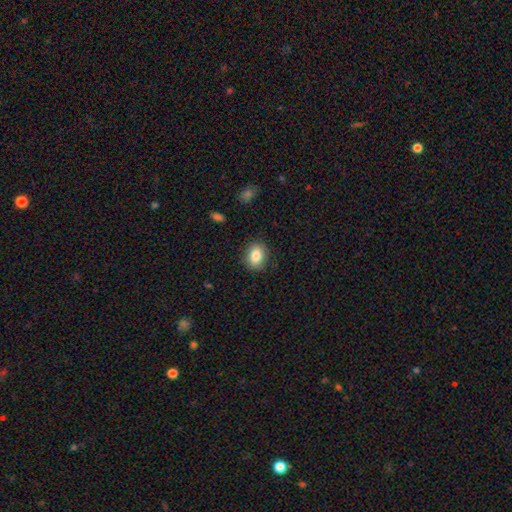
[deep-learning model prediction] smooth 84%, star or artifact 8%, featured or disk 8%. Down the decision tree: how rounded — in between (66%); merging — none (87%).